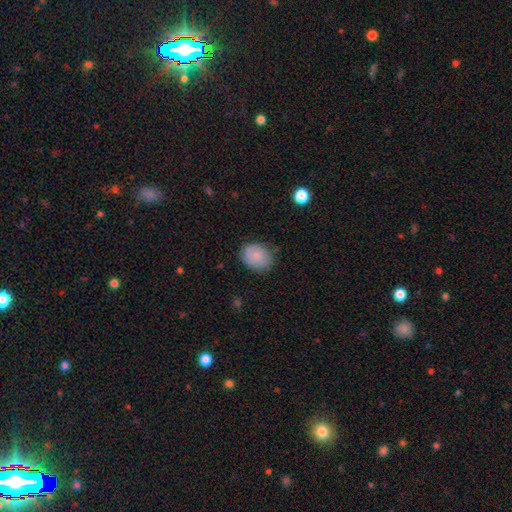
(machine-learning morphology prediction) A smooth galaxy with no disk features (83%) that is in between round and cigar-shaped (59%).

Vote fractions:
- Smooth or featured? smooth: 83% / featured or disk: 9% / star or artifact: 8%
- How rounded? in between: 59% / round: 40% / cigar-shaped: 1%
- Merging? none: 77% / minor disturbance: 18% / major disturbance: 4% / merger: 1%